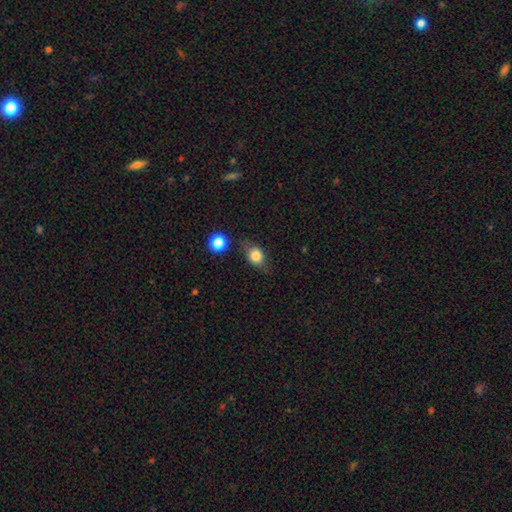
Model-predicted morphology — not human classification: Smooth or featured? smooth (77%)
How rounded? in between (51%)
Merging? none (61%)